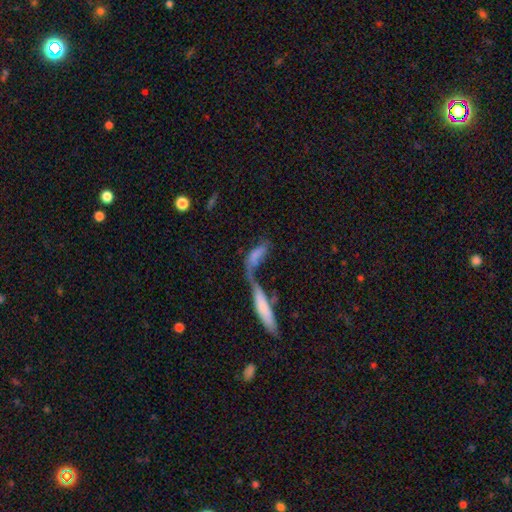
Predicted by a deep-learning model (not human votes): Overall: smooth (61%; featured or disk 29%). How rounded: in between (49%; cigar-shaped 46%). Merging: merger (64%).